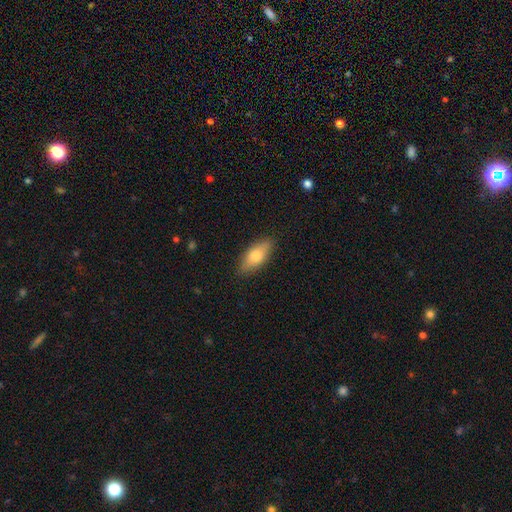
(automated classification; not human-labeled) A smooth galaxy with no disk features (71%) that is in between round and cigar-shaped (76%). Merging: none (86%).